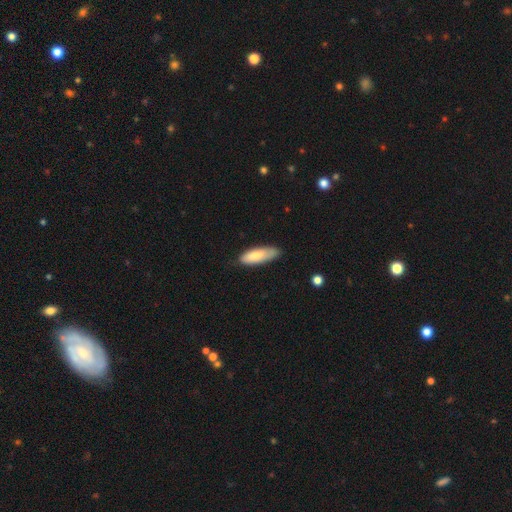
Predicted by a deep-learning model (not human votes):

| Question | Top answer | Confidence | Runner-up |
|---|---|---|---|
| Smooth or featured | smooth | 83% | featured or disk (11%) |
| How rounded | in between | 54% | cigar-shaped (44%) |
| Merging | none | 66% | minor disturbance (27%) |